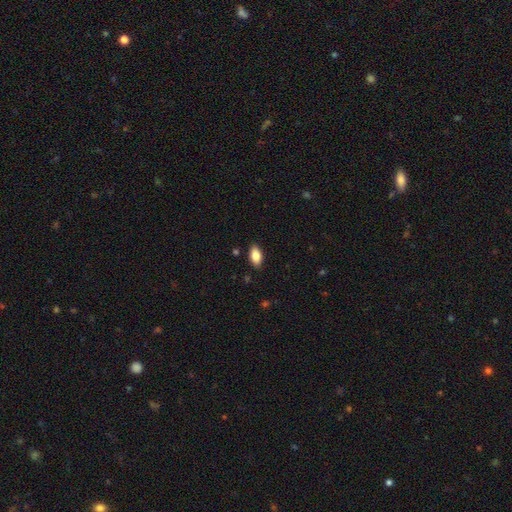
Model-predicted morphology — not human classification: Q: Smooth or featured?
A: smooth (84%); runner-up: featured or disk (9%)
Q: How rounded?
A: in between (93%); runner-up: round (4%)
Q: Merging?
A: none (88%); runner-up: minor disturbance (9%)